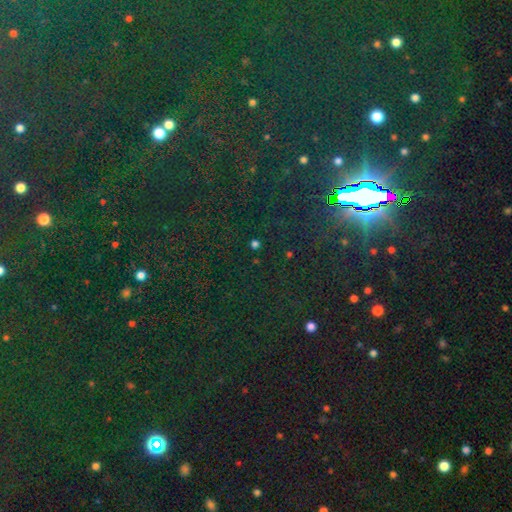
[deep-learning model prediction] star or artifact 82%, smooth 11%, featured or disk 7%.